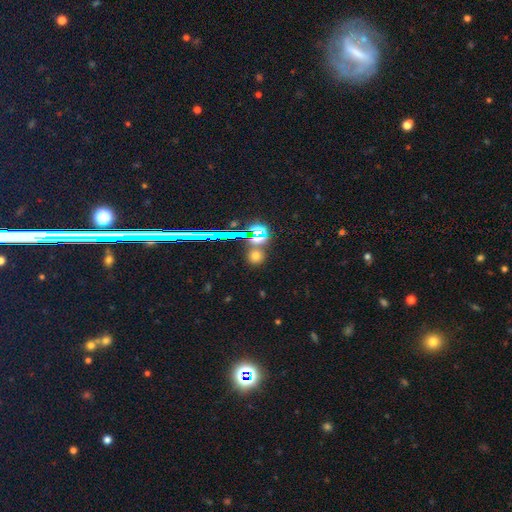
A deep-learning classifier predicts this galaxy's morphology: smooth-or-featured: smooth: 59% | star or artifact: 33% | featured or disk: 8%
  how-rounded: round: 87% | in between: 11% | cigar-shaped: 2%
  merging: none: 76% | merger: 14% | minor disturbance: 8% | major disturbance: 3%